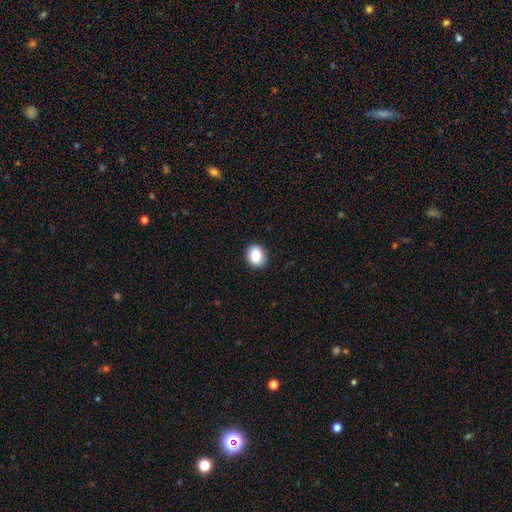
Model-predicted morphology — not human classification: A smooth galaxy with no disk features (85%) that is round (59%).

Vote fractions:
- Smooth or featured? smooth: 85% / star or artifact: 9% / featured or disk: 7%
- How rounded? round: 59% / in between: 40% / cigar-shaped: 1%
- Merging? none: 90% / minor disturbance: 7% / major disturbance: 2% / merger: 1%